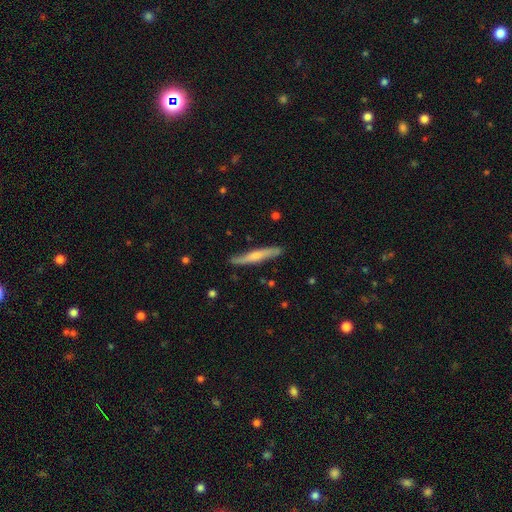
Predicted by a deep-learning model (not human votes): Smooth or featured?
  - featured or disk: 49% *
  - smooth: 45%
  - star or artifact: 5%
Merging?
  - none: 82% *
  - minor disturbance: 14%
  - major disturbance: 2%
  - merger: 2%